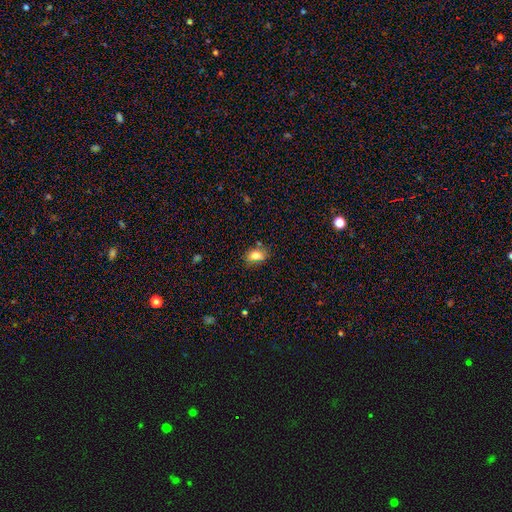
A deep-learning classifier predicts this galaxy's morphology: This appears to be a smooth galaxy with no disk features (80%) that is in between round and cigar-shaped (74%). Merging: none (73%).